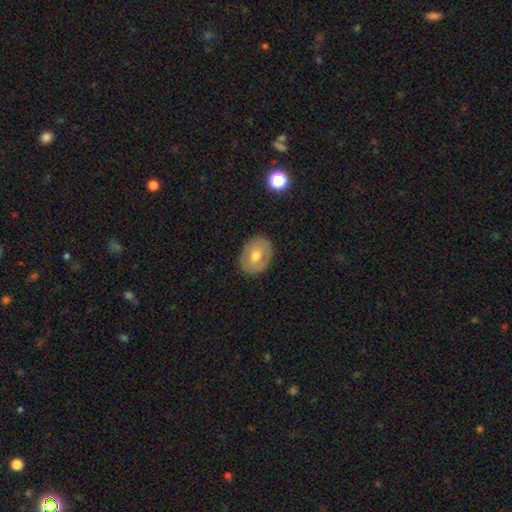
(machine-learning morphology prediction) smooth 51%, featured or disk 41%, star or artifact 8%. Down the decision tree: how rounded — in between (56%); merging — none (85%).